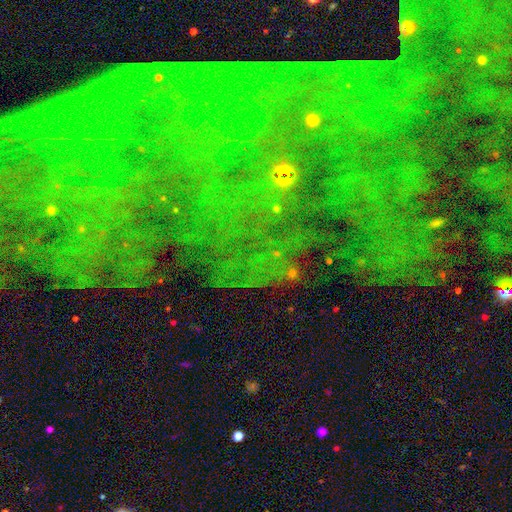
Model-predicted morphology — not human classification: smooth_or_featured: star or artifact (p=0.78) [alt: featured or disk p=0.12]